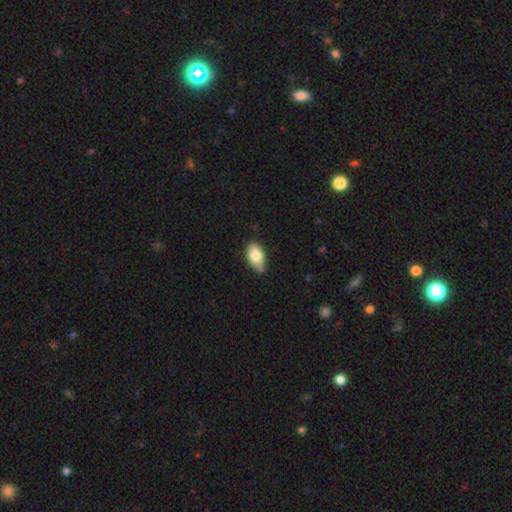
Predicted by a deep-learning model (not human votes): The model was most divided on "merging": none: 68%, minor disturbance: 26%, major disturbance: 3%, merger: 3%. More confident: how rounded — in between (91%); smooth or featured — smooth (81%).